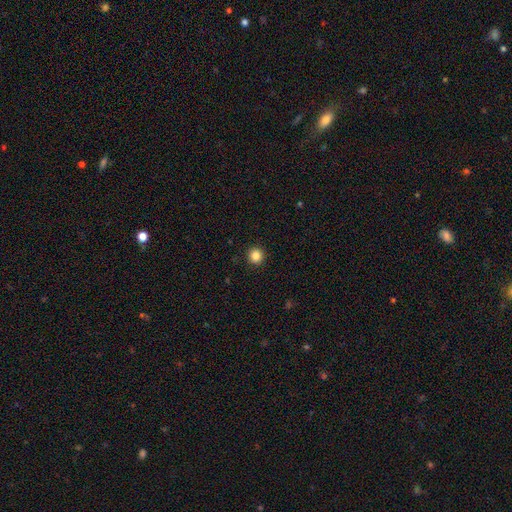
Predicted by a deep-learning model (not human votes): Smooth or featured?
  - smooth: 85% *
  - star or artifact: 11%
  - featured or disk: 4%
How rounded?
  - round: 95% *
  - in between: 4%
  - cigar-shaped: 1%
Merging?
  - none: 93% *
  - minor disturbance: 4%
  - major disturbance: 2%
  - merger: 1%